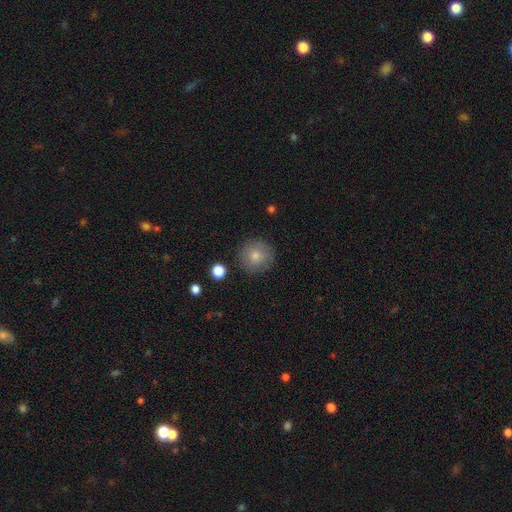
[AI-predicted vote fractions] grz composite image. It shows a smooth galaxy with no disk features (79%) that is round (95%). Merging: none (86%).